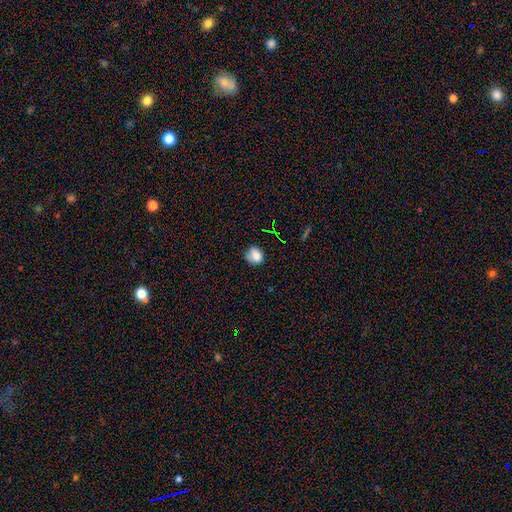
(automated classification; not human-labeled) Overall: smooth (82%). How rounded: round (64%; in between 35%). Merging: none (65%; minor disturbance 26%).